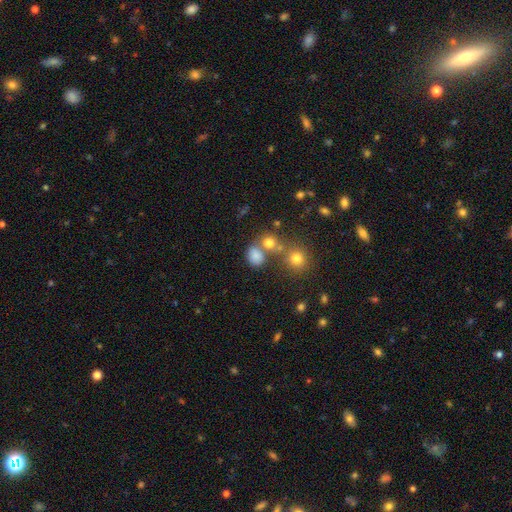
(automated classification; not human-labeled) This appears to be a smooth galaxy with no disk features (76%) that is round (57%). Merging: none (56%).